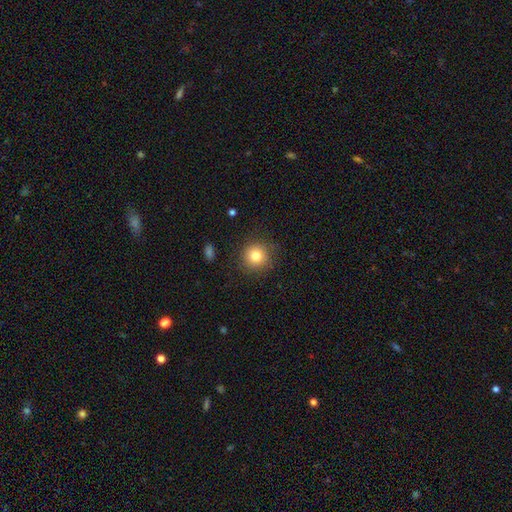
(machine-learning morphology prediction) This appears to be a smooth galaxy with no disk features (81%) that is round (92%). Merging: none (85%).